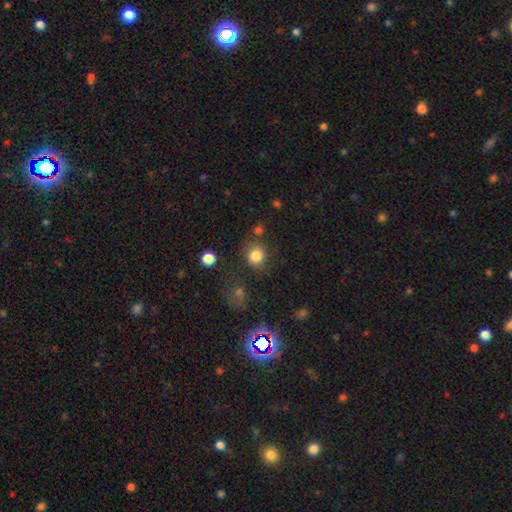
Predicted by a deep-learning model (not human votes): Smooth or featured? Predicted: smooth (p=0.83). How rounded? Predicted: round (p=0.83). Merging? Predicted: none (p=0.72).